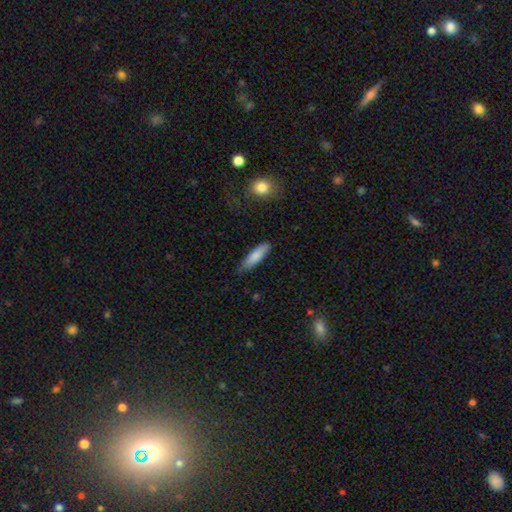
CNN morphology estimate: A smooth galaxy with no disk features (82%) that is cigar-shaped (69%).

Vote fractions:
- Smooth or featured? smooth: 82% / featured or disk: 13% / star or artifact: 6%
- How rounded? cigar-shaped: 69% / in between: 29% / round: 2%
- Merging? none: 77% / minor disturbance: 18% / major disturbance: 3% / merger: 2%